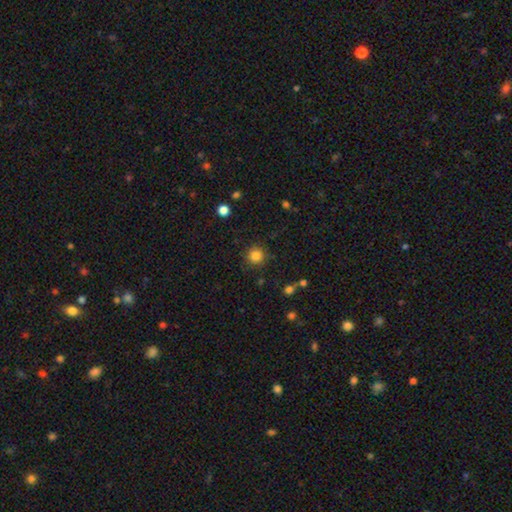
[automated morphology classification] smooth 84%, star or artifact 11%, featured or disk 5%. Down the decision tree: how rounded — round (94%); merging — none (88%).